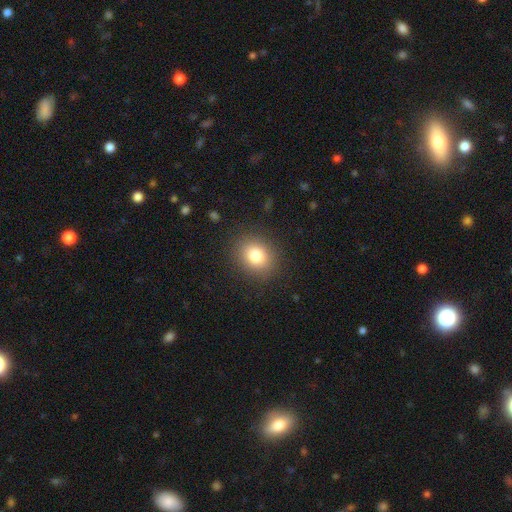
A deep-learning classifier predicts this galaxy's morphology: This is clearly a smooth galaxy (81%). How rounded: likely round (63%). Merging: clearly none (87%).